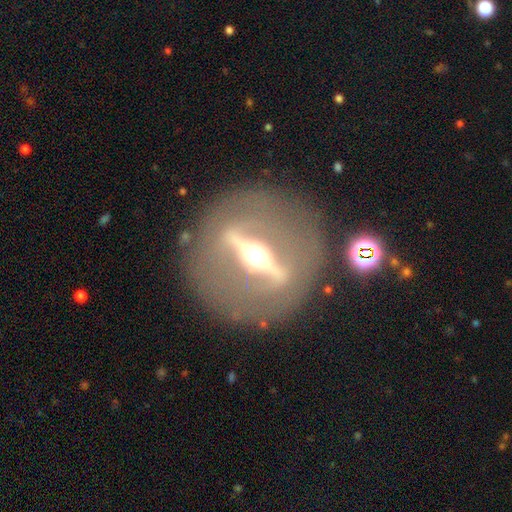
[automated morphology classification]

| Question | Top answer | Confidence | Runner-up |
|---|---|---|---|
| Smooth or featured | featured or disk | 86% | smooth (8%) |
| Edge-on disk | yes | 54% | no (46%) |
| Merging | none | 82% | minor disturbance (9%) |